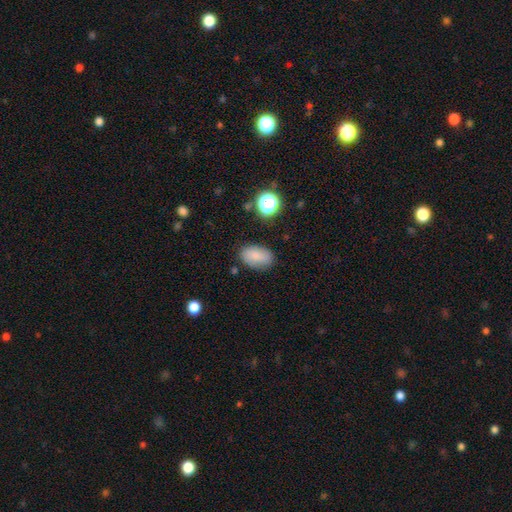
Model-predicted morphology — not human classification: Smooth or featured: smooth — 80% (star or artifact — 10%)
How rounded: in between — 89% (round — 9%)
Merging: none — 79% (minor disturbance — 15%)